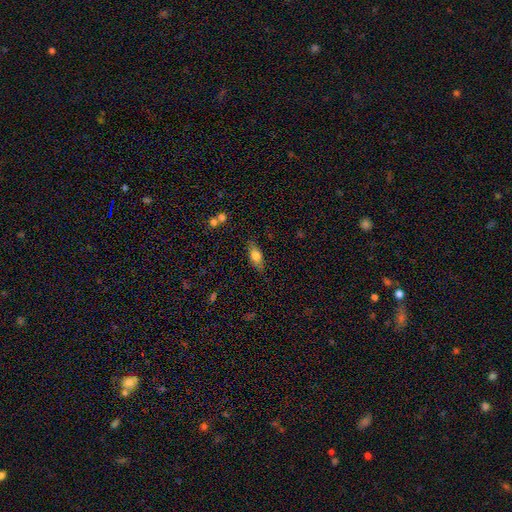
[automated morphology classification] smooth 72%, featured or disk 20%, star or artifact 8%. Down the decision tree: how rounded — in between (77%); merging — none (81%).